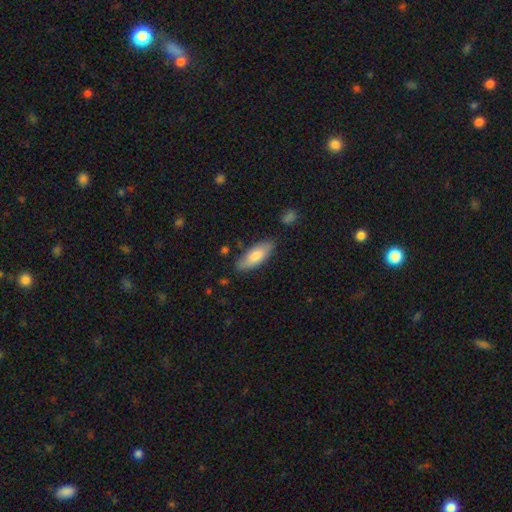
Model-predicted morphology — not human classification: smooth_or_featured: smooth (p=0.77) [alt: featured or disk p=0.17]
how_rounded: in between (p=0.71) [alt: cigar-shaped p=0.27]
merging: none (p=0.82) [alt: minor disturbance p=0.14]